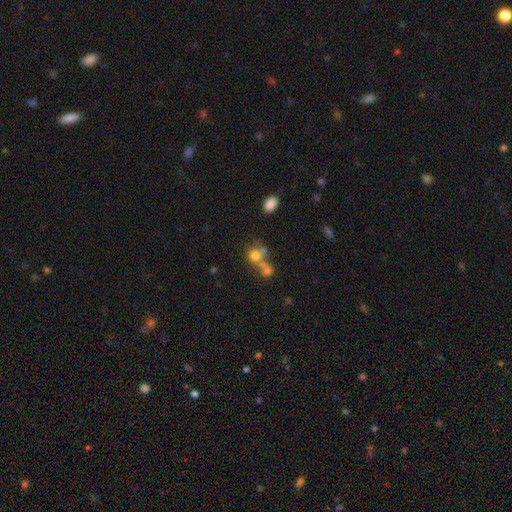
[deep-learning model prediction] Morphology: type=smooth (68%); roundness=round (77%); merging=merger (46%).